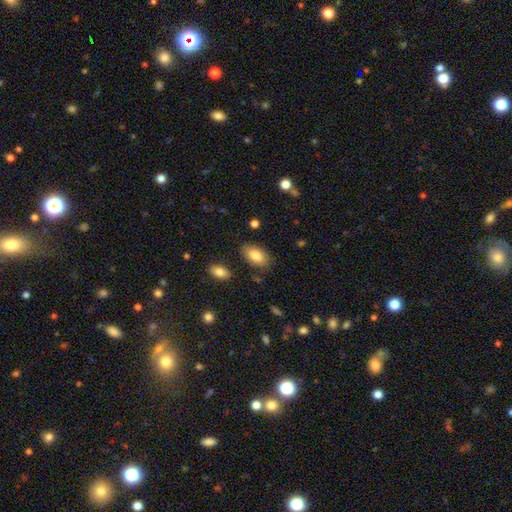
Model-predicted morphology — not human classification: Smooth or featured? smooth (81%)
How rounded? in between (93%)
Merging? none (79%)